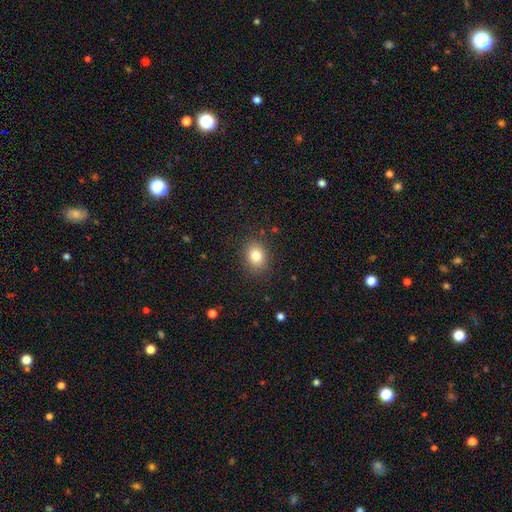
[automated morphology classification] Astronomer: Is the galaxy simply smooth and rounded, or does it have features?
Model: smooth — 81%.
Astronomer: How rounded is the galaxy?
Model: in between — 53% (runner-up: round, 46%).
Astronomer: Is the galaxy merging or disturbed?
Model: none — 86%.